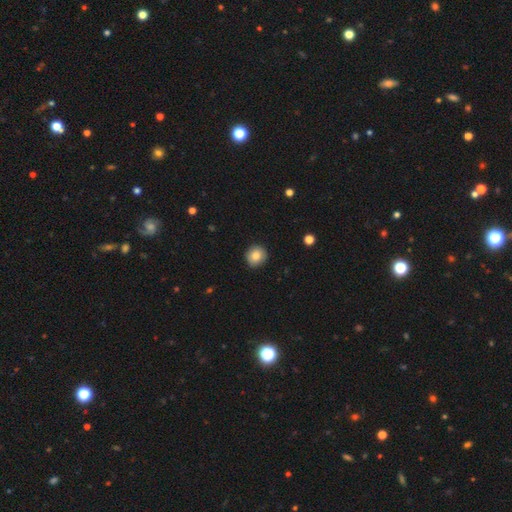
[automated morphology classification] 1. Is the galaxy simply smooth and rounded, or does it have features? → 84% smooth, 9% star or artifact, 7% featured or disk.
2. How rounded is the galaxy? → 89% round, 10% in between, 1% cigar-shaped.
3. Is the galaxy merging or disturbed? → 89% none, 8% minor disturbance, 2% major disturbance, 1% merger.